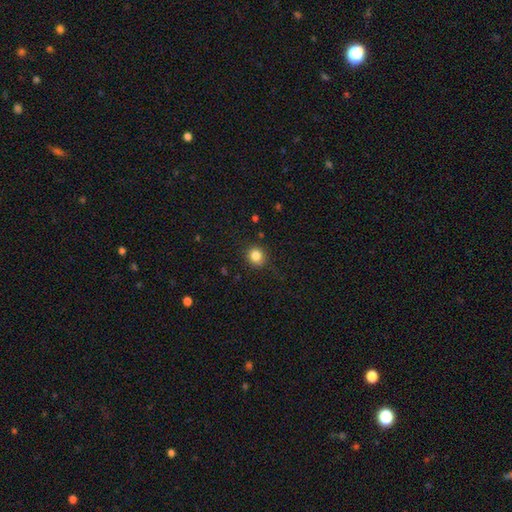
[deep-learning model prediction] smooth_or_featured: smooth (p=0.84) [alt: star or artifact p=0.11]
how_rounded: round (p=0.83) [alt: in between p=0.16]
merging: none (p=0.87) [alt: minor disturbance p=0.10]